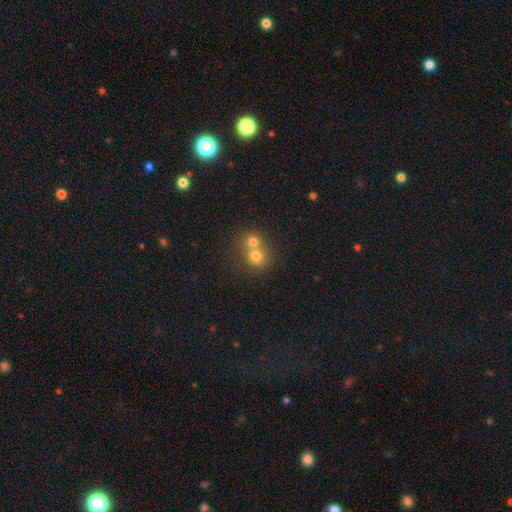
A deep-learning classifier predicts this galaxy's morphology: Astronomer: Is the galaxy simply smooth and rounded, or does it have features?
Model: smooth — 73%.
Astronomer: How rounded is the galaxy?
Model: round — 81%.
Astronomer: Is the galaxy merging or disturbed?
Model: merger — 63%.